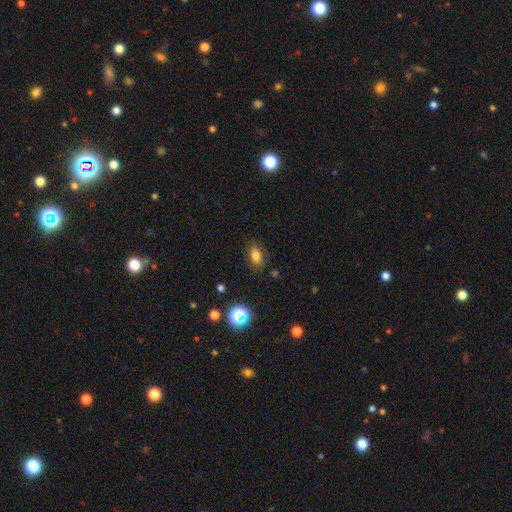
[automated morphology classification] smooth-or-featured: smooth: 80% | star or artifact: 13% | featured or disk: 8%
  how-rounded: in between: 82% | round: 15% | cigar-shaped: 3%
  merging: none: 85% | minor disturbance: 11% | major disturbance: 3% | merger: 2%